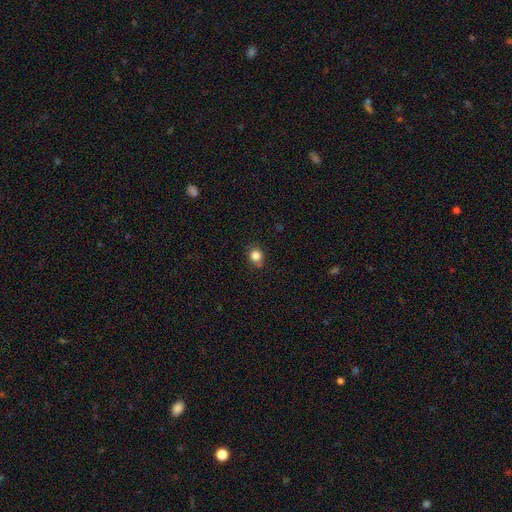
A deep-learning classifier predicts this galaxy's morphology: The model was most divided on "merging": none: 76%, minor disturbance: 17%, merger: 4%, major disturbance: 3%. More confident: smooth or featured — smooth (83%); how rounded — round (82%).